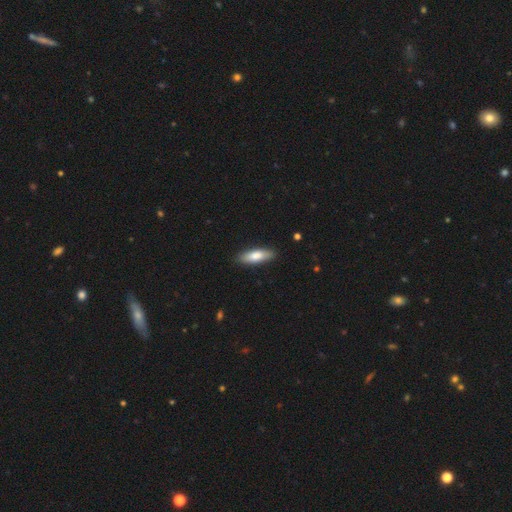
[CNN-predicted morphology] Smooth or featured? Predicted: smooth (p=0.78). How rounded? Predicted: in between (p=0.51). Merging? Predicted: none (p=0.88).